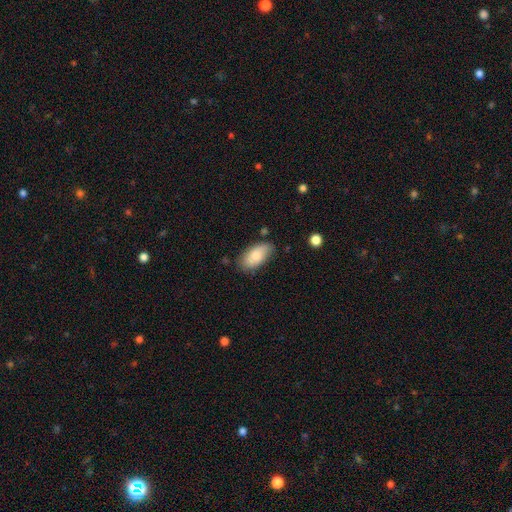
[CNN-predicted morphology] This is clearly a smooth galaxy (81%). How rounded: clearly in between (93%). Merging: likely none (72%).